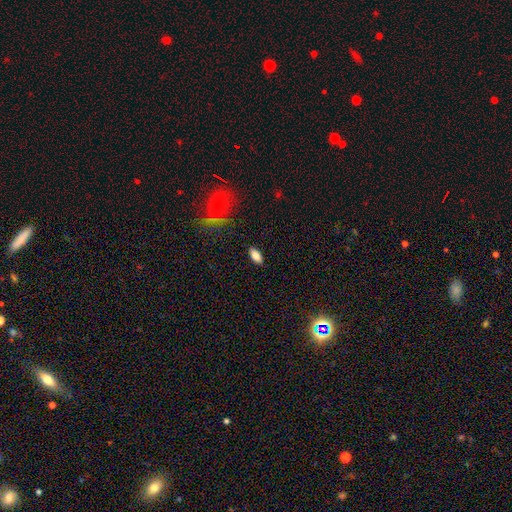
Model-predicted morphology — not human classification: smooth-or-featured: smooth: 81% | featured or disk: 10% | star or artifact: 9%
  how-rounded: in between: 87% | cigar-shaped: 10% | round: 3%
  merging: none: 87% | minor disturbance: 9% | major disturbance: 2% | merger: 1%